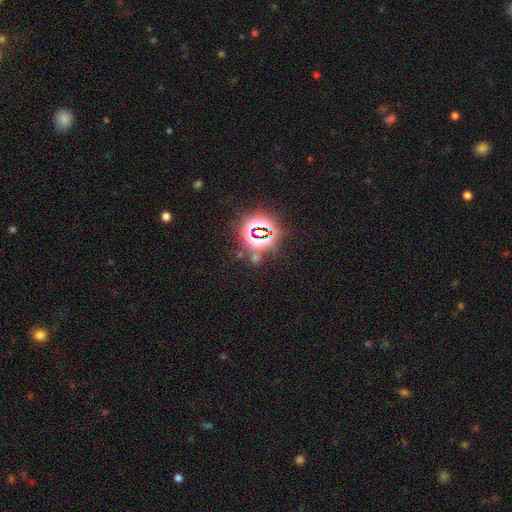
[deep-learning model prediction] Overall: star or artifact (79%).